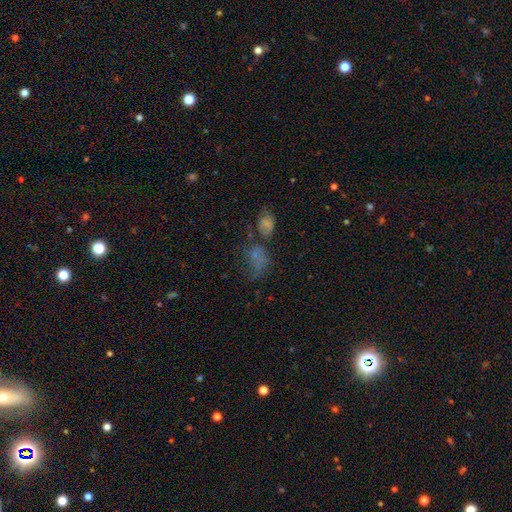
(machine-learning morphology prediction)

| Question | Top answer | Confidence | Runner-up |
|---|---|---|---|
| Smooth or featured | smooth | 51% | star or artifact (25%) |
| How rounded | in between | 73% | round (23%) |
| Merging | merger | 36% | none (26%) |